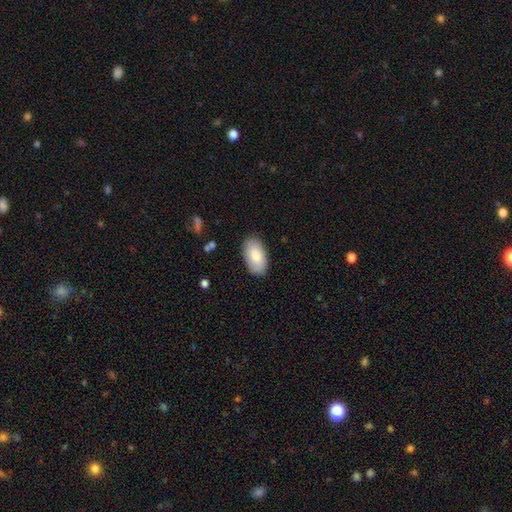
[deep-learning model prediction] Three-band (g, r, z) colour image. It shows a smooth galaxy with no disk features (82%) that is in between round and cigar-shaped (95%). Merging: none (86%).